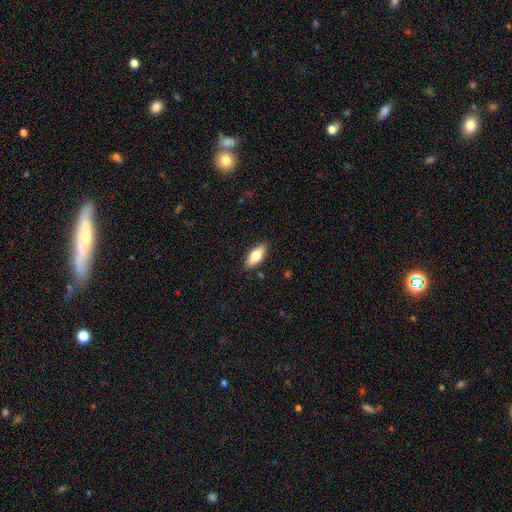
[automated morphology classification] Smooth or featured: smooth — 73% (featured or disk — 20%)
How rounded: in between — 81% (cigar-shaped — 17%)
Merging: none — 87% (minor disturbance — 10%)